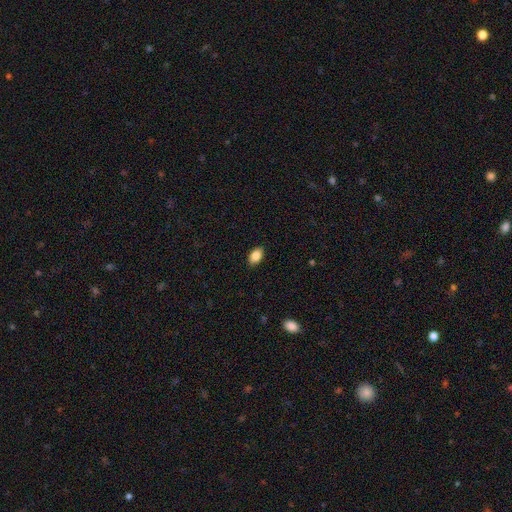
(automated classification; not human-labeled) This appears to be a smooth galaxy with no disk features (86%) that is in between round and cigar-shaped (89%). Merging: none (89%).